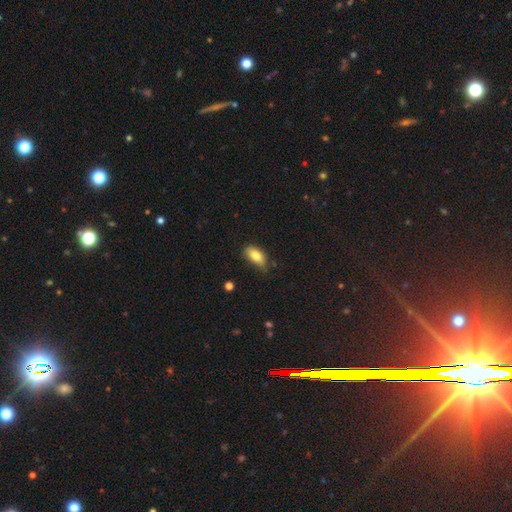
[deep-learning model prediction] Overall: smooth (81%). How rounded: in between (87%). Merging: none (65%; minor disturbance 28%).